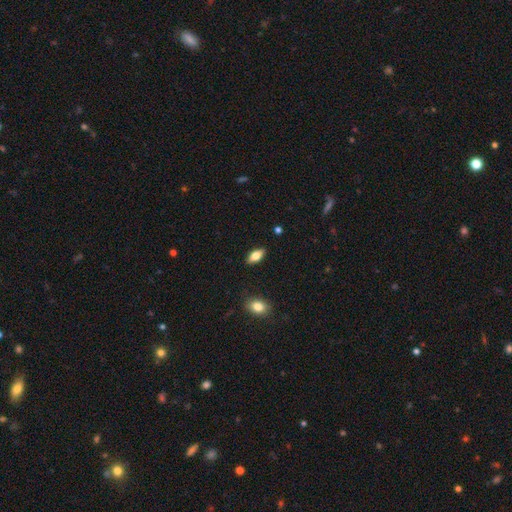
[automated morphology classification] A smooth galaxy with no disk features (72%) that is in between round and cigar-shaped (86%).

Vote fractions:
- Smooth or featured? smooth: 72% / featured or disk: 21% / star or artifact: 7%
- How rounded? in between: 86% / cigar-shaped: 11% / round: 3%
- Merging? none: 88% / minor disturbance: 9% / major disturbance: 2% / merger: 1%